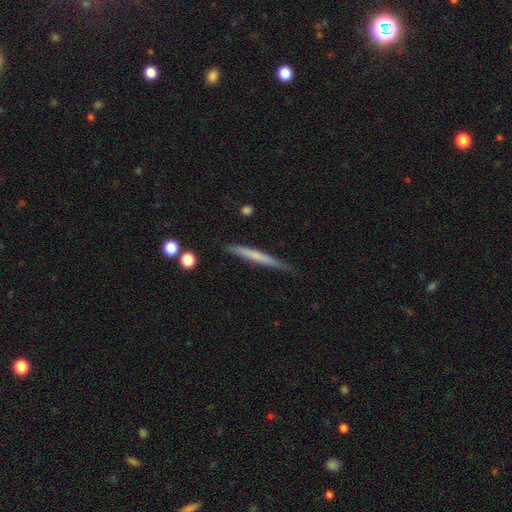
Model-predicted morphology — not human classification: A smooth galaxy with no disk features (54%) that is cigar-shaped (96%). Merging: none (85%).